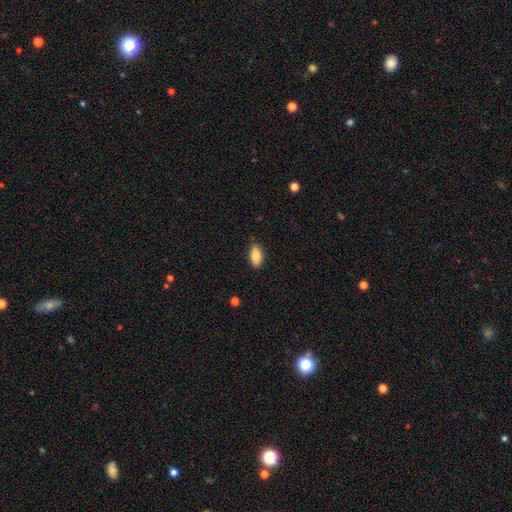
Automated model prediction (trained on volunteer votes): This is clearly a smooth galaxy (83%). How rounded: clearly in between (91%). Merging: clearly none (85%).